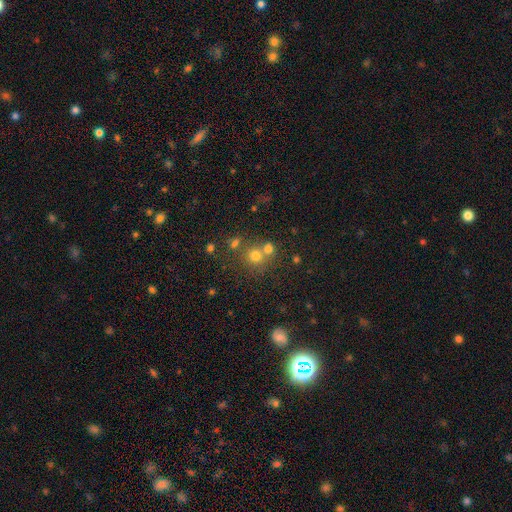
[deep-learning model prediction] Morphology: type=smooth (71%); roundness=round (88%); merging=none (55%).